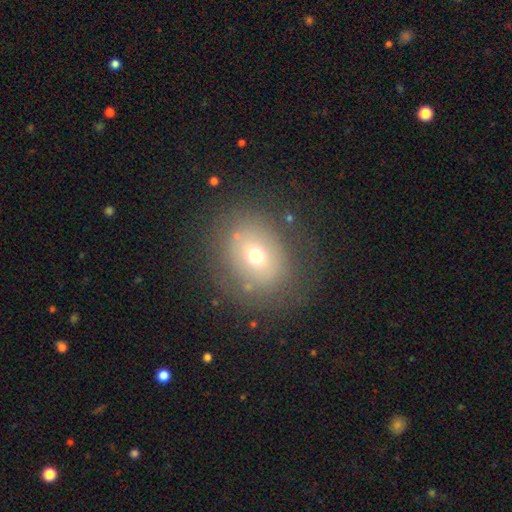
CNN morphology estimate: This is likely a smooth galaxy (63%). How rounded: possibly round (59%). Merging: likely none (75%).